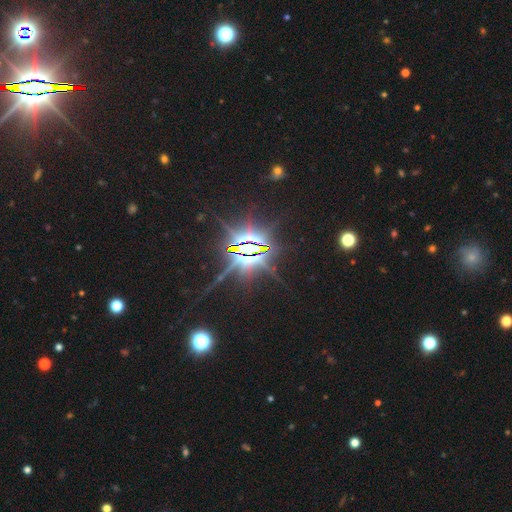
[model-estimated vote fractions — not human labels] This appears to be a star or artifact, not a galaxy (86%).